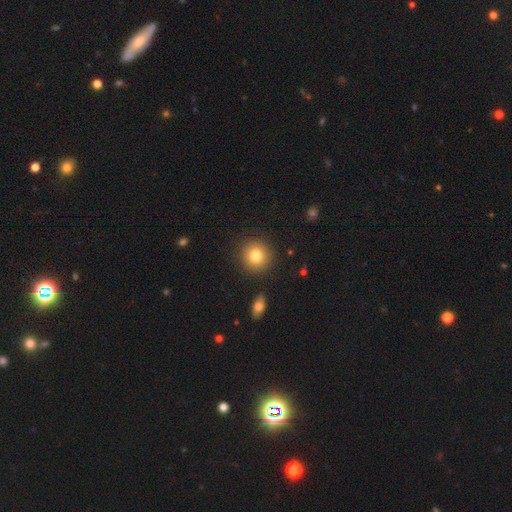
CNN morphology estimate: Smooth or featured?
  - smooth: 81% *
  - star or artifact: 10%
  - featured or disk: 9%
How rounded?
  - round: 92% *
  - in between: 7%
  - cigar-shaped: 1%
Merging?
  - none: 89% *
  - minor disturbance: 7%
  - merger: 2%
  - major disturbance: 2%